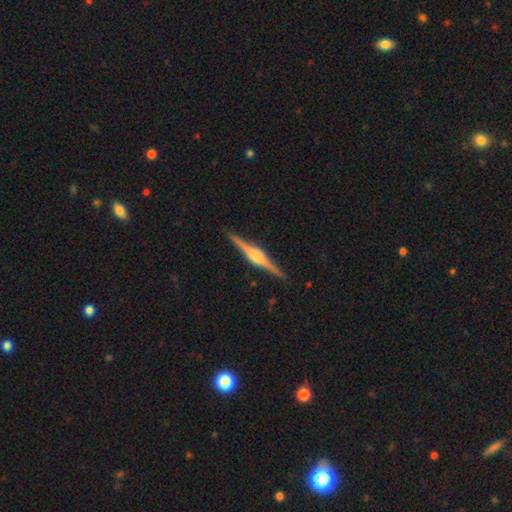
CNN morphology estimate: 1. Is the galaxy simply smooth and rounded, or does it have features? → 83% featured or disk, 11% smooth, 5% star or artifact.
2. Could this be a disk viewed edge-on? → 98% yes, 2% no.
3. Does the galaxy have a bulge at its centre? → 76% rounded, 20% boxy, 4% none.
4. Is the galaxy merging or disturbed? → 90% none, 7% minor disturbance, 1% major disturbance, 1% merger.